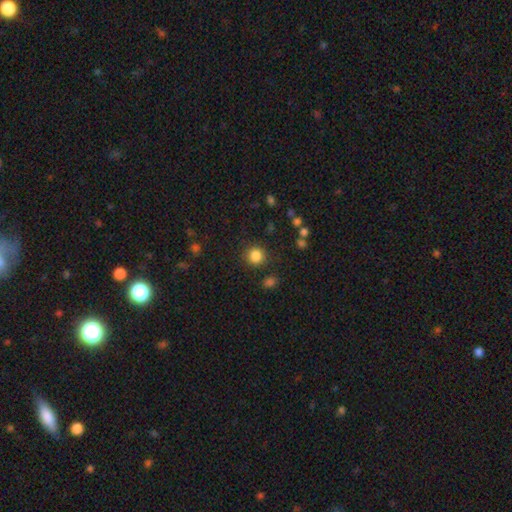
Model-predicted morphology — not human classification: A smooth galaxy with no disk features (84%) that is round (90%). Merging: none (88%).